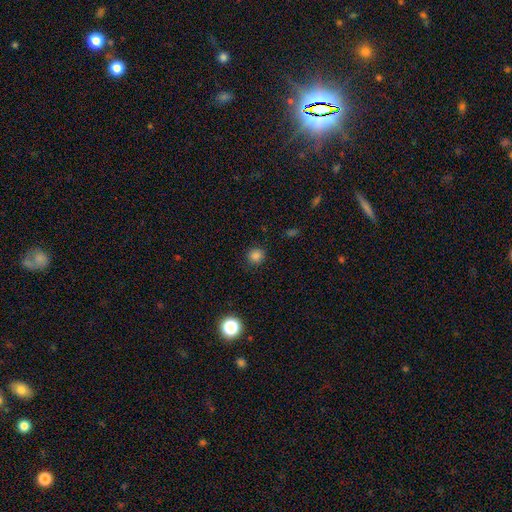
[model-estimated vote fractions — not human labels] The model was most divided on "smooth or featured": smooth: 83%, star or artifact: 13%, featured or disk: 4%. More confident: how rounded — round (88%); merging — none (88%).